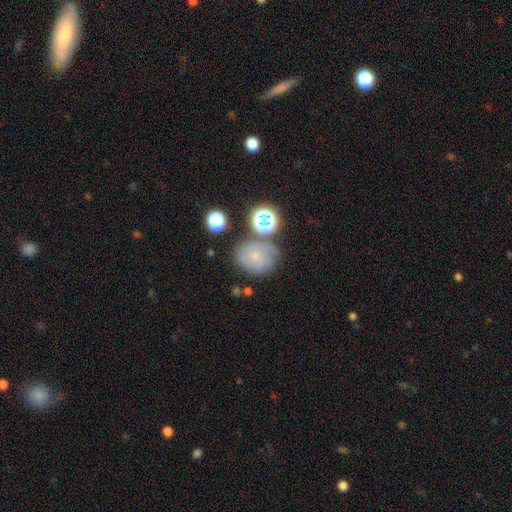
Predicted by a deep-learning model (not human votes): Q: Smooth or featured?
A: smooth (46%); runner-up: featured or disk (32%)
Q: Merging?
A: none (65%); runner-up: minor disturbance (18%)